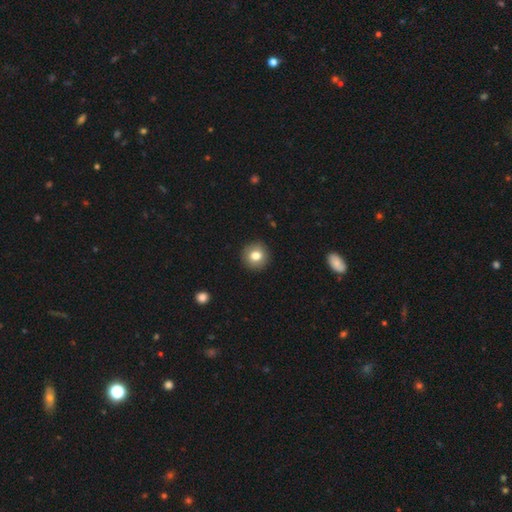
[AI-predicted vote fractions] This appears to be a smooth galaxy with no disk features (80%) that is round (93%). Merging: none (92%).